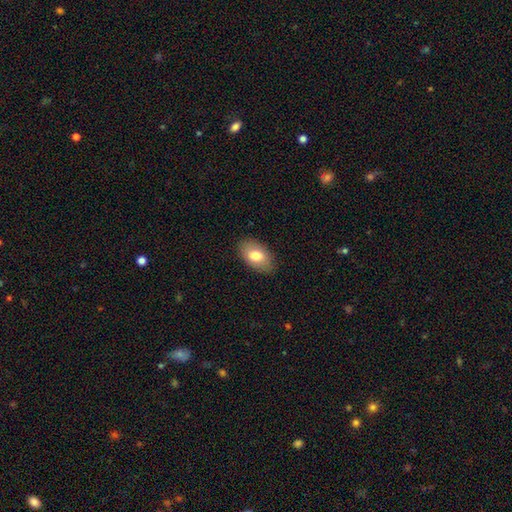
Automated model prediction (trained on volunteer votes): Smooth or featured: smooth — 78% (featured or disk — 15%)
How rounded: in between — 92% (round — 6%)
Merging: none — 86% (minor disturbance — 11%)